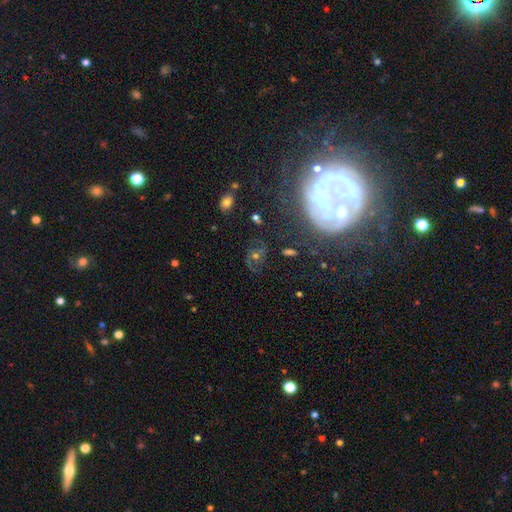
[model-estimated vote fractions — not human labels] This appears to be a featured or disk galaxy (53%). Merging: none (62%).